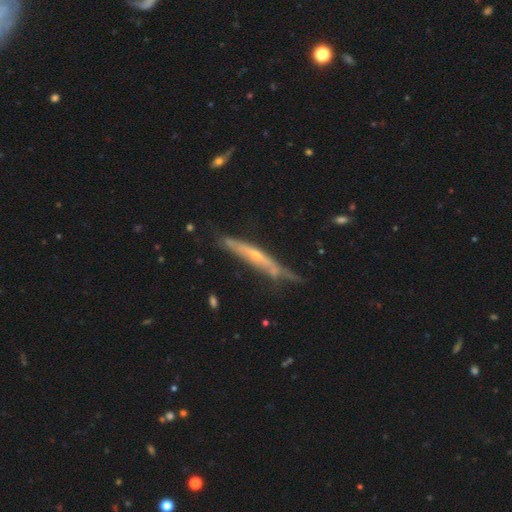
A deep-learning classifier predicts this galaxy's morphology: Smooth or featured? featured or disk (73%)
Edge-on disk? yes (89%)
Edge-on bulge? rounded (65%)
Merging? none (66%)